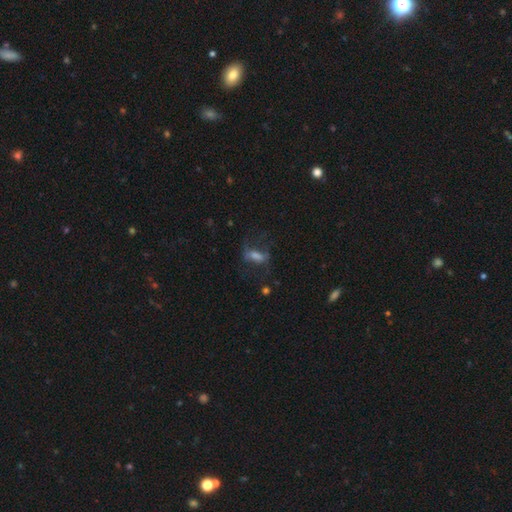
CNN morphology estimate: Smooth or featured? featured or disk (44%)
Merging? none (52%)